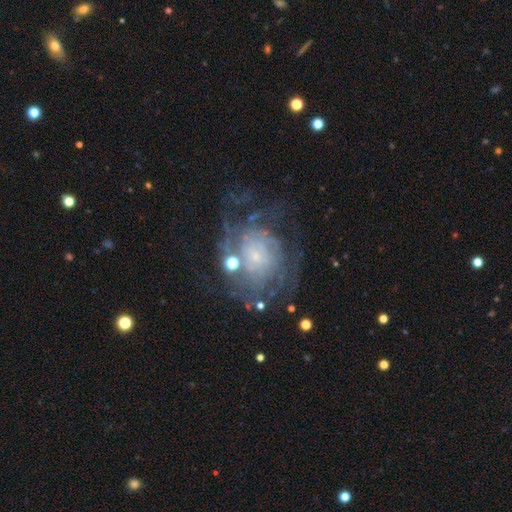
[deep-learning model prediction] This is likely a featured or disk galaxy (78%). It is clearly not viewed edge-on (97%). Bar: likely no (76%). Spiral arm pattern: clearly yes (90%). Spiral arm count: marginally can't tell (43%). Spiral winding: likely tight (65%). Central bulge: likely small (75%). Merging: possibly none (59%).